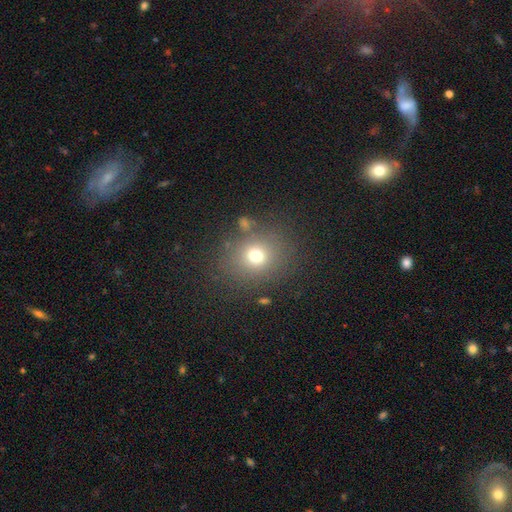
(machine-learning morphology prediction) Smooth or featured: smooth — 71% (star or artifact — 18%)
How rounded: round — 70% (in between — 29%)
Merging: none — 79% (minor disturbance — 11%)